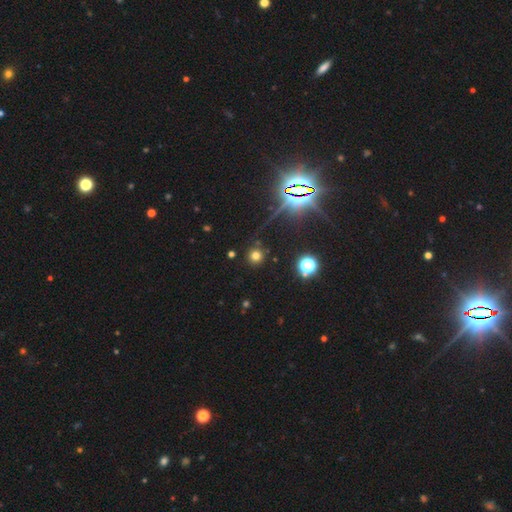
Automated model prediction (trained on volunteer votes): Smooth or featured? Predicted: smooth (p=0.68). How rounded? Predicted: round (p=0.94). Merging? Predicted: none (p=0.88).